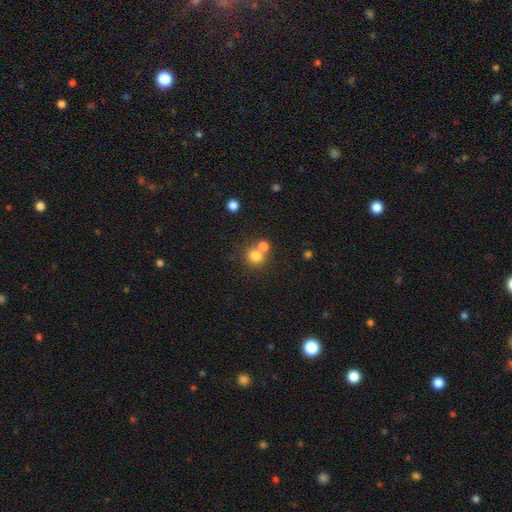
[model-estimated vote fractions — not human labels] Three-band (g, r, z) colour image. It shows a smooth galaxy with no disk features (78%) that is round (85%). Merging: none (52%).